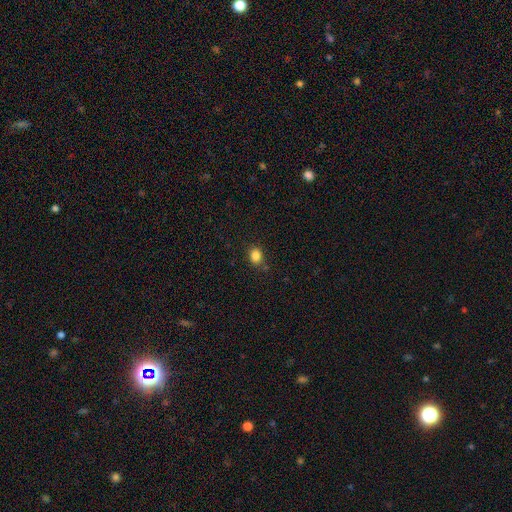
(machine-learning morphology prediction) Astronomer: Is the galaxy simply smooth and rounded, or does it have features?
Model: smooth — 84%.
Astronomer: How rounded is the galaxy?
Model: round — 58% (runner-up: in between, 41%).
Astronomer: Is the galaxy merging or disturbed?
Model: none — 82%.